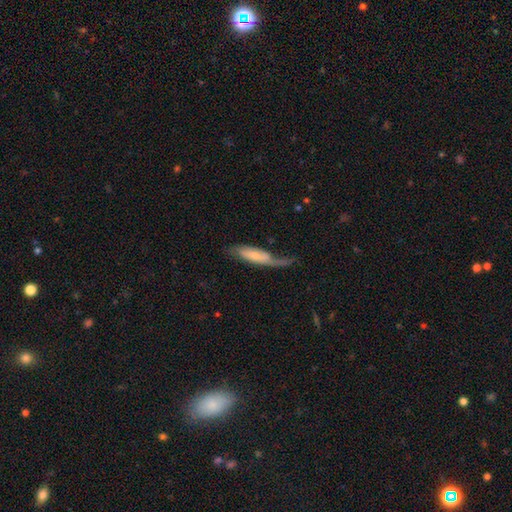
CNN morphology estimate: Overall: smooth (48%; featured or disk 46%). Merging: none (35%; major disturbance 32%).